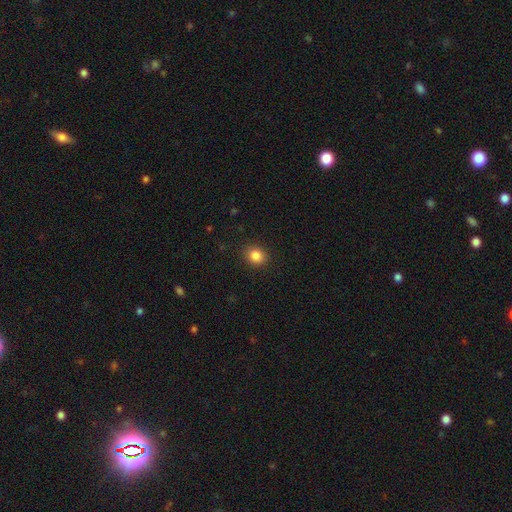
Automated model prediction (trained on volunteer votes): A smooth galaxy with no disk features (85%) that is round (69%).

Vote fractions:
- Smooth or featured? smooth: 85% / star or artifact: 10% / featured or disk: 5%
- How rounded? round: 69% / in between: 30% / cigar-shaped: 1%
- Merging? none: 90% / minor disturbance: 7% / major disturbance: 2% / merger: 1%